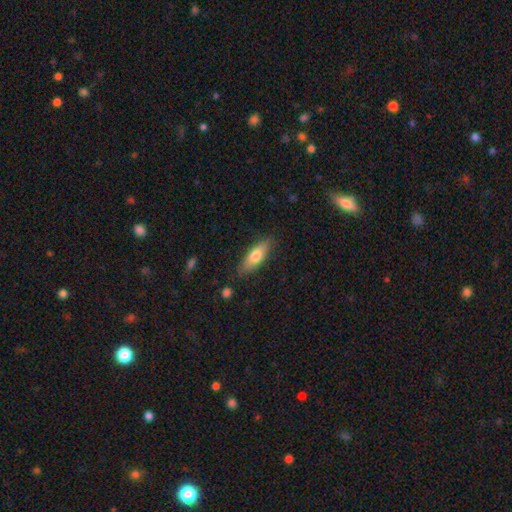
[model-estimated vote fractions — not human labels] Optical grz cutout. It shows a smooth galaxy with no disk features (72%) that is in between round and cigar-shaped (56%). Merging: none (84%).